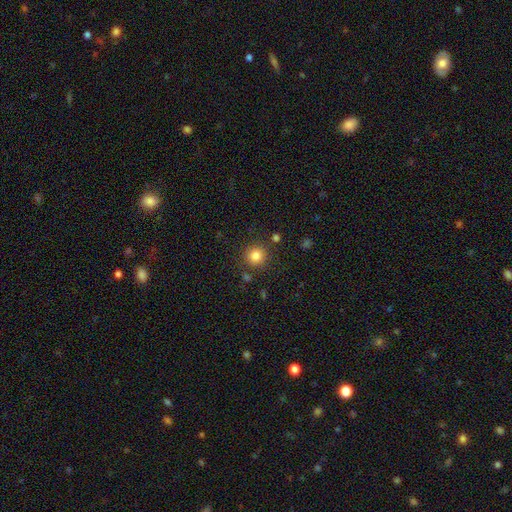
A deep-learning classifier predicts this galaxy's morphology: Smooth or featured? smooth (83%)
How rounded? round (93%)
Merging? none (85%)